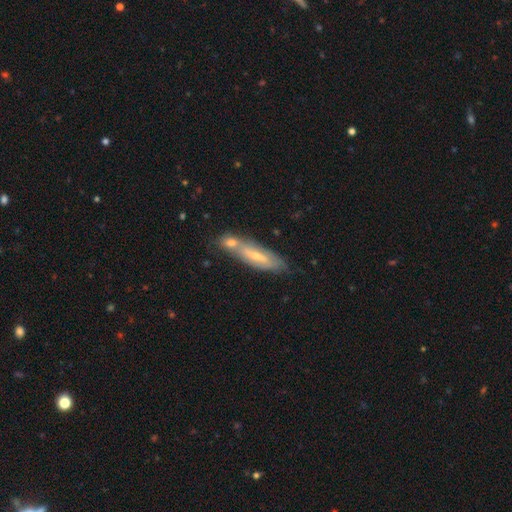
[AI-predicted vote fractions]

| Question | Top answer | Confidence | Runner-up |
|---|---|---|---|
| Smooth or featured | featured or disk | 51% | smooth (41%) |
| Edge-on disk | no | 56% | yes (44%) |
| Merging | none | 50% | merger (31%) |